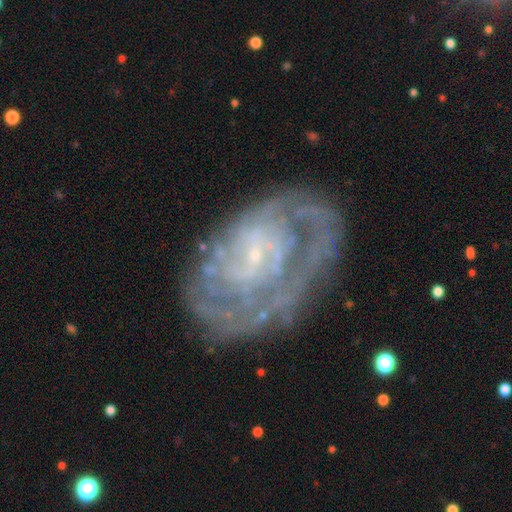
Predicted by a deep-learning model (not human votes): This is likely a featured or disk galaxy (79%). It is clearly not viewed edge-on (97%). Bar: likely no (63%). Spiral arm pattern: likely yes (76%). Spiral arm count: possibly can't tell (55%). Spiral winding: likely tight (61%). Central bulge: likely small (78%). Merging: likely none (63%).